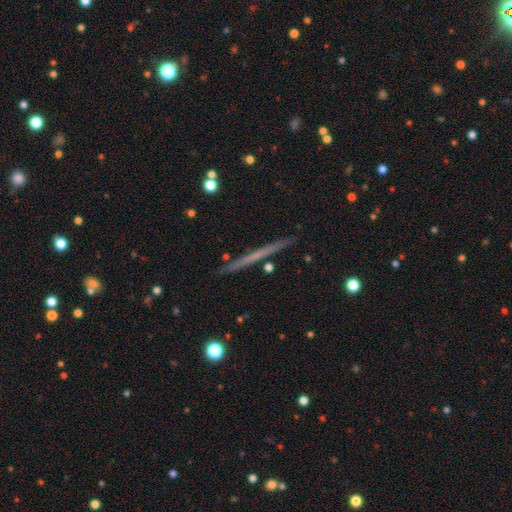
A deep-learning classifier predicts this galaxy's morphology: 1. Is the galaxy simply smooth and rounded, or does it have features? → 55% featured or disk, 39% smooth, 6% star or artifact.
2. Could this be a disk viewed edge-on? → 97% yes, 3% no.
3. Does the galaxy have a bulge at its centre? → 90% none, 8% rounded, 3% boxy.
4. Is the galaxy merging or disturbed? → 91% none, 6% minor disturbance, 1% merger, 1% major disturbance.